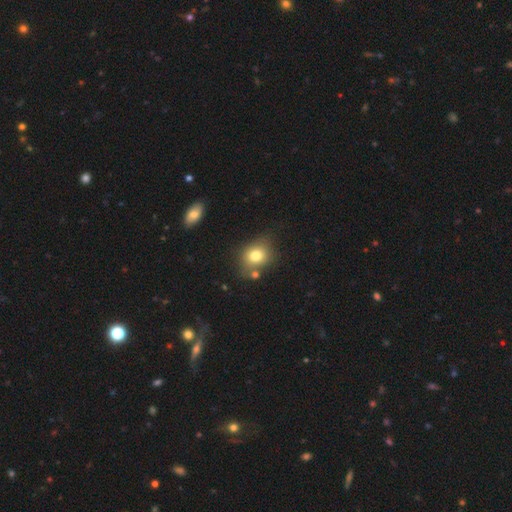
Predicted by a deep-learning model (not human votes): This appears to be a smooth galaxy with no disk features (77%) that is round (56%). Merging: none (69%).